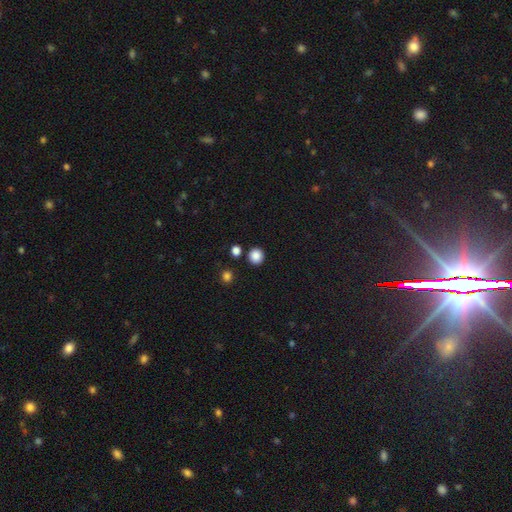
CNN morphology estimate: Overall: smooth (87%). How rounded: round (92%). Merging: none (88%).